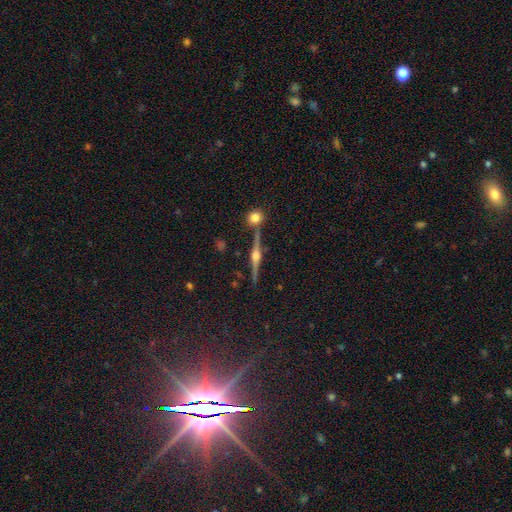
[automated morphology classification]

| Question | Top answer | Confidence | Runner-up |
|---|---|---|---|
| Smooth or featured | featured or disk | 83% | smooth (9%) |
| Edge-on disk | yes | 98% | no (2%) |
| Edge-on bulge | rounded | 92% | boxy (5%) |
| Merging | none | 84% | minor disturbance (8%) |